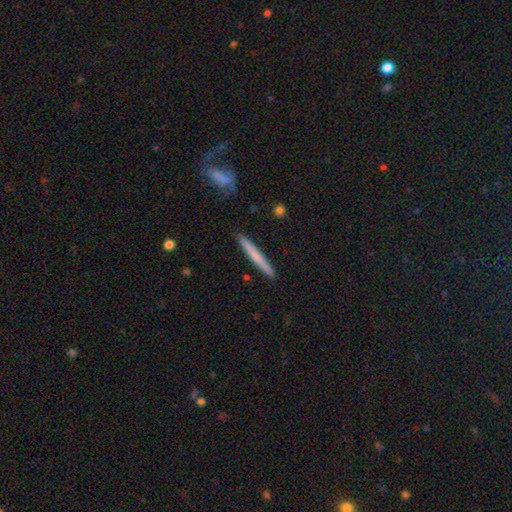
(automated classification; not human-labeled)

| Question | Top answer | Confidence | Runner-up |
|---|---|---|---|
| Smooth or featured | smooth | 66% | featured or disk (29%) |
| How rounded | cigar-shaped | 97% | in between (2%) |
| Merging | none | 91% | minor disturbance (6%) |